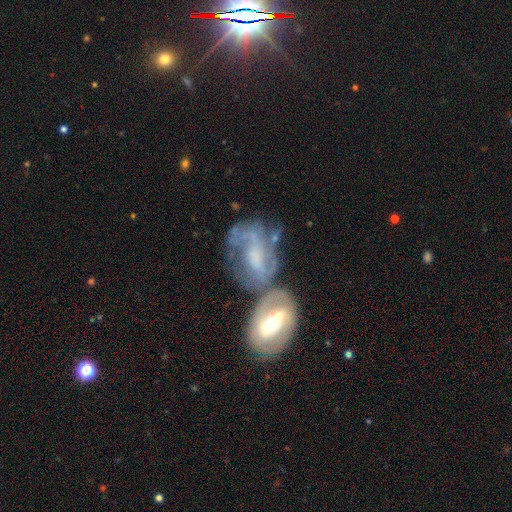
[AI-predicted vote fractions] This appears to be a featured or disk galaxy (73%) with a weak bar (42%), 2 (45%) medium (44%) spiral arms (78%) and a moderate central bulge (33%). Merging: merger (46%).